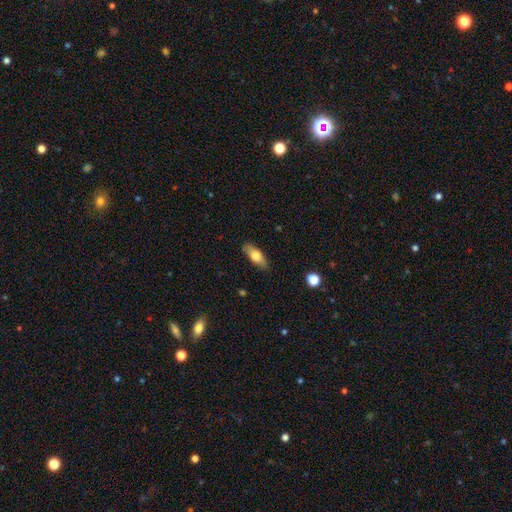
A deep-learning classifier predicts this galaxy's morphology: smooth-or-featured: smooth: 74% | featured or disk: 19% | star or artifact: 6%
  how-rounded: in between: 74% | cigar-shaped: 23% | round: 3%
  merging: none: 86% | minor disturbance: 11% | major disturbance: 2% | merger: 1%